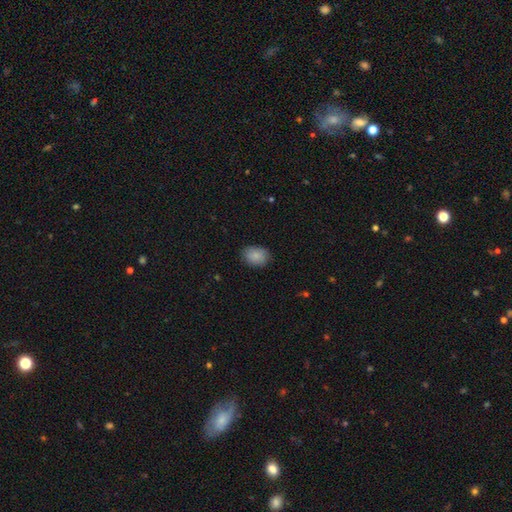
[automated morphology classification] A smooth galaxy with no disk features (85%) that is in between round and cigar-shaped (66%).

Vote fractions:
- Smooth or featured? smooth: 85% / featured or disk: 7% / star or artifact: 7%
- How rounded? in between: 66% / round: 33% / cigar-shaped: 1%
- Merging? none: 83% / minor disturbance: 14% / major disturbance: 3% / merger: 1%